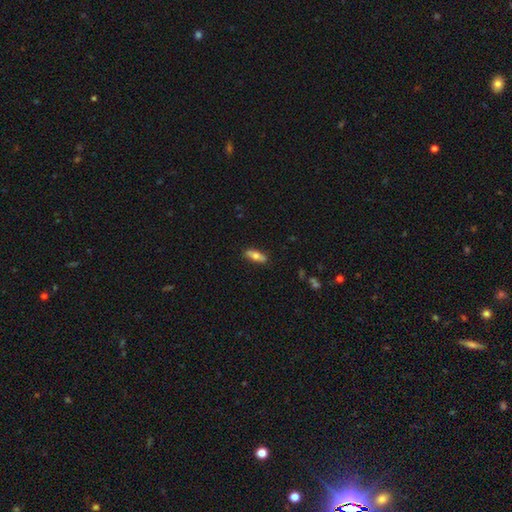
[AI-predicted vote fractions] A smooth galaxy with no disk features (68%) that is in between round and cigar-shaped (65%).

Vote fractions:
- Smooth or featured? smooth: 68% / featured or disk: 26% / star or artifact: 6%
- How rounded? in between: 65% / cigar-shaped: 32% / round: 3%
- Merging? none: 85% / minor disturbance: 12% / major disturbance: 2% / merger: 1%